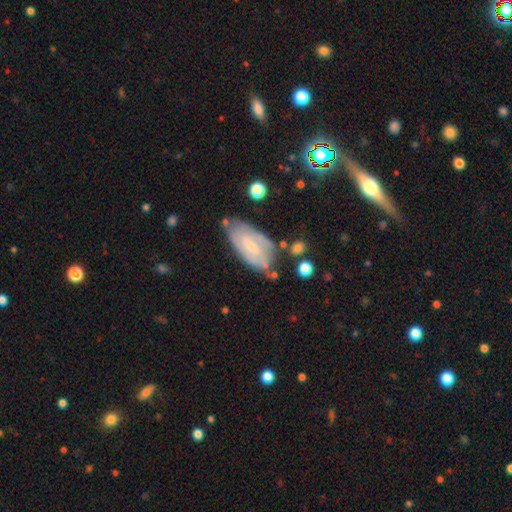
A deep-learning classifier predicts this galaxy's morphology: type=featured or disk (63%); edge-on=no (93%); bar=weak (52%); spiral arms=yes (82%); bulge=small (58%); merging=none (59%).